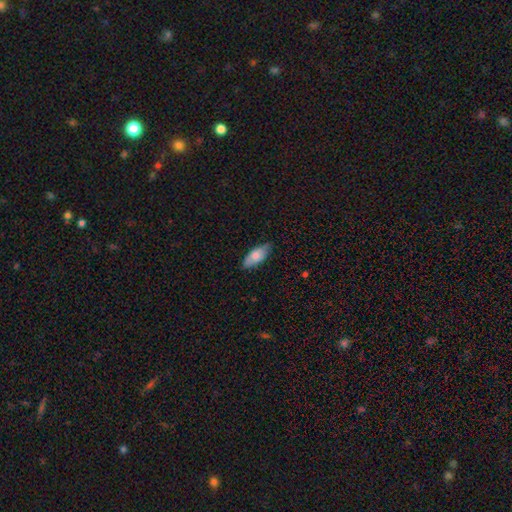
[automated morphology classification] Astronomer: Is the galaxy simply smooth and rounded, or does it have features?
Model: smooth — 72%.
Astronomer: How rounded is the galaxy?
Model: in between — 79%.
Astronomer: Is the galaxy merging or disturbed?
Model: none — 80%.